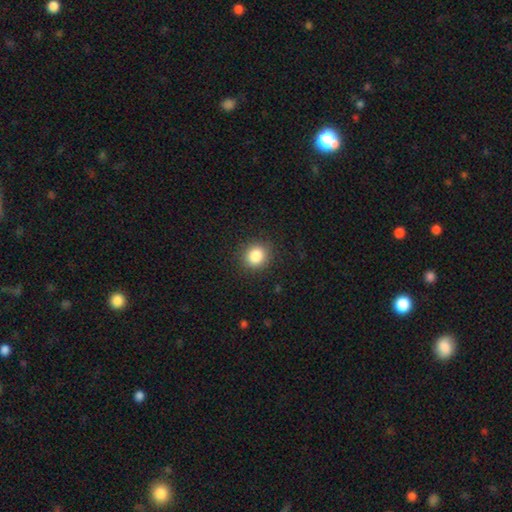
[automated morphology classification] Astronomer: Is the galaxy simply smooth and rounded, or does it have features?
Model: smooth — 85%.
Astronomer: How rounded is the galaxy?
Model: round — 79%.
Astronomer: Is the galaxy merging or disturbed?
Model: none — 89%.